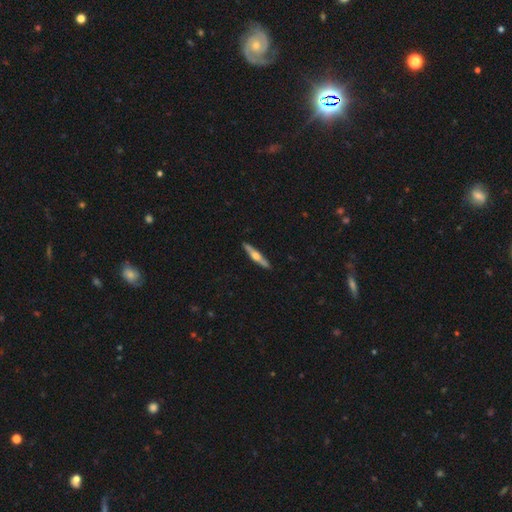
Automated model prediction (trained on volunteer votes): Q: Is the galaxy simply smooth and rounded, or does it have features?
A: featured or disk — 60%.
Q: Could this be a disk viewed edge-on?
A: yes — 96%.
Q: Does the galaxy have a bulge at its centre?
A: rounded — 89%.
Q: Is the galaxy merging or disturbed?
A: none — 89%.